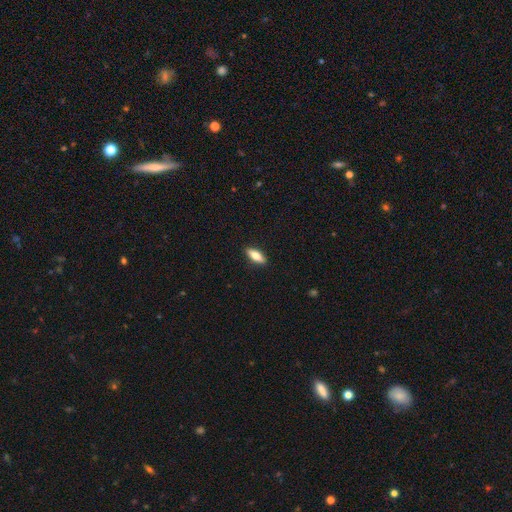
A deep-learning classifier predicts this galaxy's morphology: A smooth galaxy with no disk features (70%) that is in between round and cigar-shaped (61%).

Vote fractions:
- Smooth or featured? smooth: 70% / featured or disk: 24% / star or artifact: 6%
- How rounded? in between: 61% / cigar-shaped: 36% / round: 2%
- Merging? none: 90% / minor disturbance: 7% / major disturbance: 2% / merger: 1%